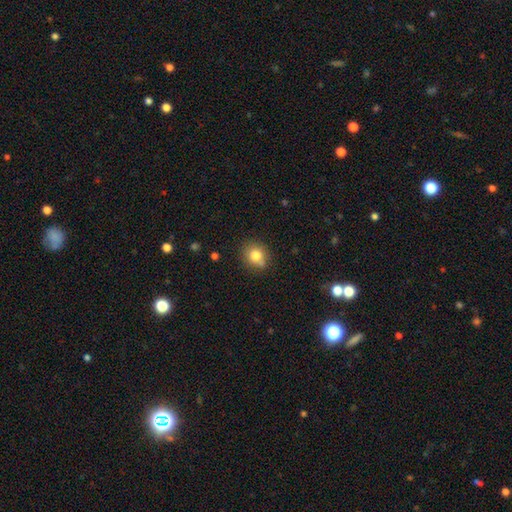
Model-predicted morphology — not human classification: This appears to be a smooth galaxy with no disk features (79%) that is round (81%). Merging: none (73%).